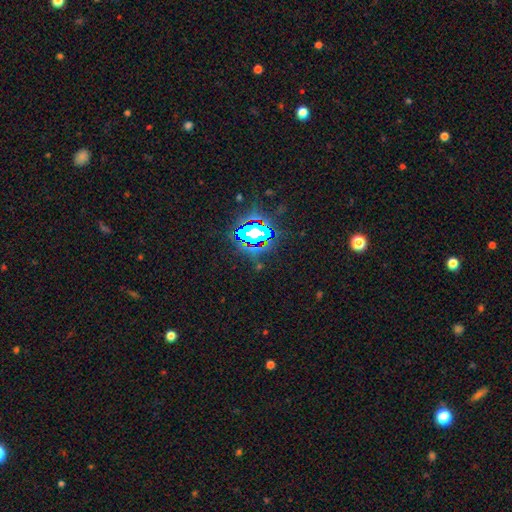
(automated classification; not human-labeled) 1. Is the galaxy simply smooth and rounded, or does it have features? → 79% star or artifact, 13% smooth, 9% featured or disk.